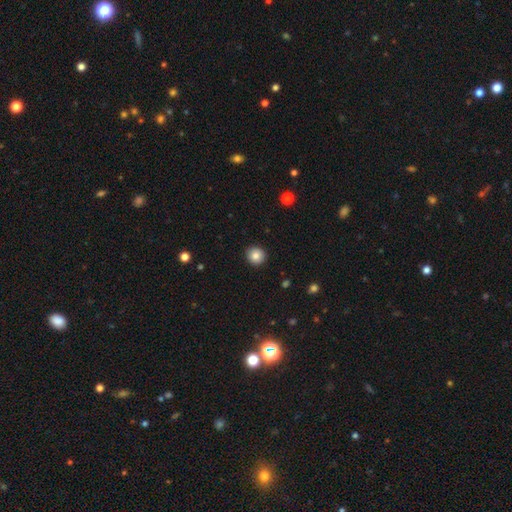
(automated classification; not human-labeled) Smooth or featured: smooth — 85% (star or artifact — 9%)
How rounded: round — 94% (in between — 5%)
Merging: none — 93% (minor disturbance — 5%)